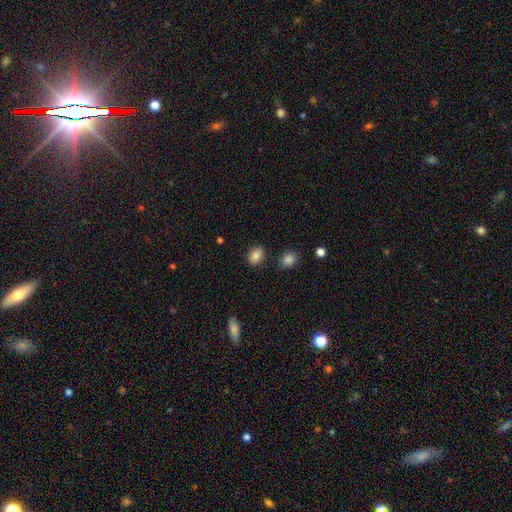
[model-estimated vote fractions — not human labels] A smooth galaxy with no disk features (85%) that is in between round and cigar-shaped (56%).

Vote fractions:
- Smooth or featured? smooth: 85% / star or artifact: 10% / featured or disk: 6%
- How rounded? in between: 56% / round: 43% / cigar-shaped: 1%
- Merging? none: 84% / minor disturbance: 10% / merger: 4% / major disturbance: 3%